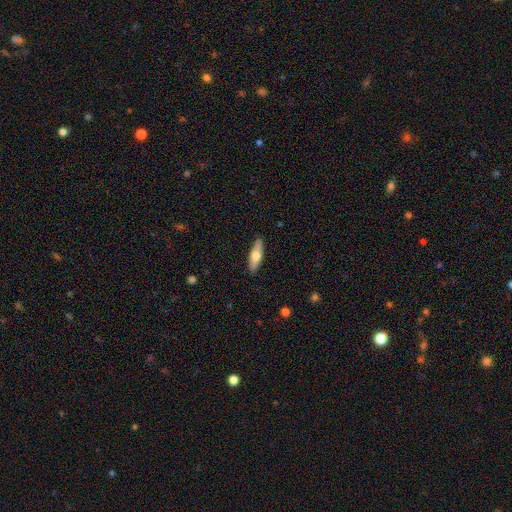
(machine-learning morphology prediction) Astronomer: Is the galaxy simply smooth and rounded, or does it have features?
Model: smooth — 65%.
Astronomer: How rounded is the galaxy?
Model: cigar-shaped — 50% (runner-up: in between, 47%).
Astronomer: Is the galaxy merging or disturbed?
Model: none — 89%.